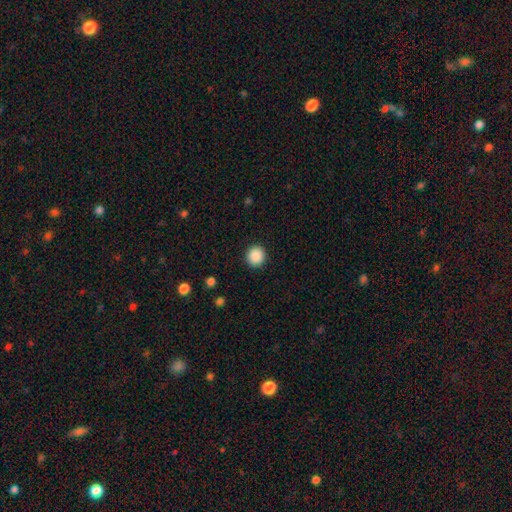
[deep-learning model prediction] This appears to be a smooth galaxy with no disk features (89%) that is round (95%). Merging: none (92%).